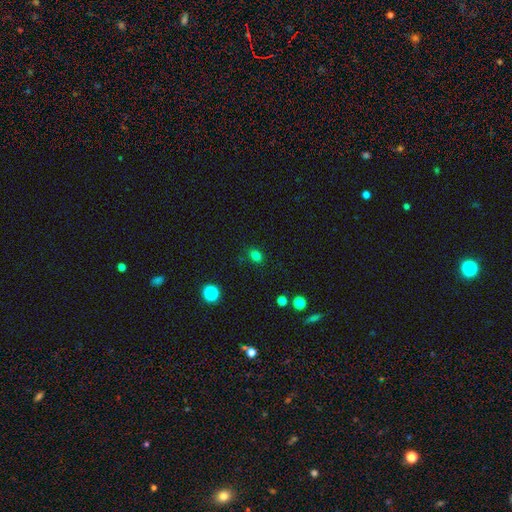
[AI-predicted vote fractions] A smooth galaxy with no disk features (79%) that is in between round and cigar-shaped (52%).

Vote fractions:
- Smooth or featured? smooth: 79% / star or artifact: 16% / featured or disk: 5%
- How rounded? in between: 52% / round: 47% / cigar-shaped: 1%
- Merging? none: 82% / minor disturbance: 13% / major disturbance: 3% / merger: 2%